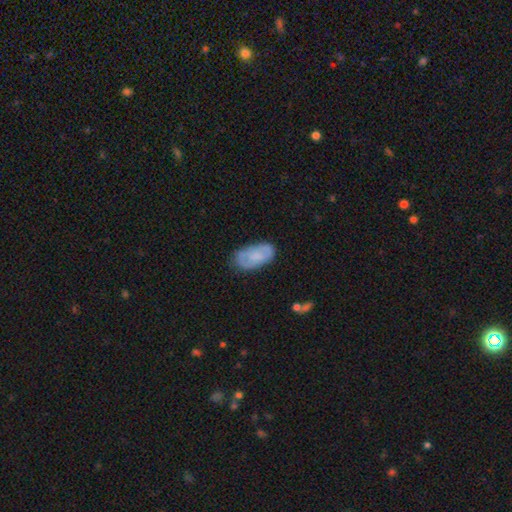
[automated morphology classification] Smooth or featured: smooth — 56% (featured or disk — 37%)
How rounded: in between — 94% (round — 4%)
Merging: none — 72% (minor disturbance — 21%)